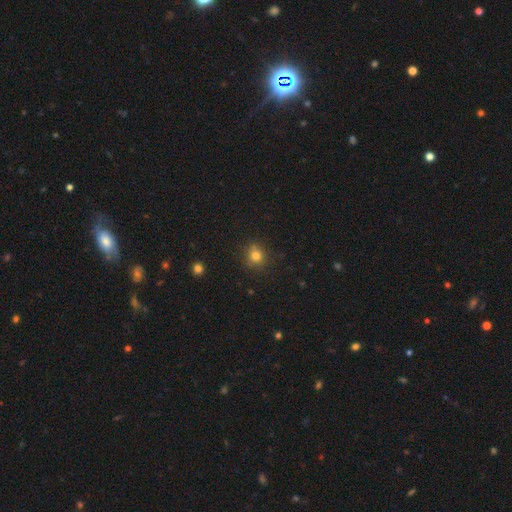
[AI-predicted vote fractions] Smooth or featured? smooth (79%)
How rounded? round (85%)
Merging? none (76%)